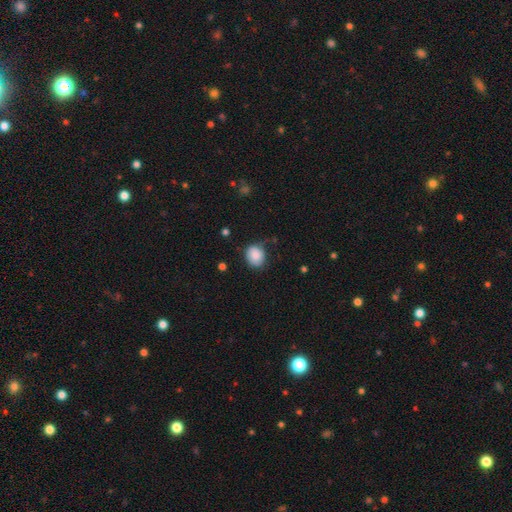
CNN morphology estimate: A smooth galaxy with no disk features (86%) that is round (64%).

Vote fractions:
- Smooth or featured? smooth: 86% / star or artifact: 8% / featured or disk: 6%
- How rounded? round: 64% / in between: 35% / cigar-shaped: 1%
- Merging? none: 67% / minor disturbance: 25% / major disturbance: 7% / merger: 2%